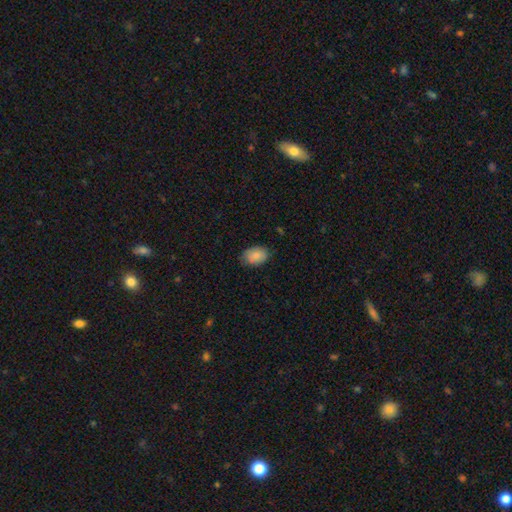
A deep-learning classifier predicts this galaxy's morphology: Smooth or featured? smooth (87%)
How rounded? in between (84%)
Merging? none (78%)